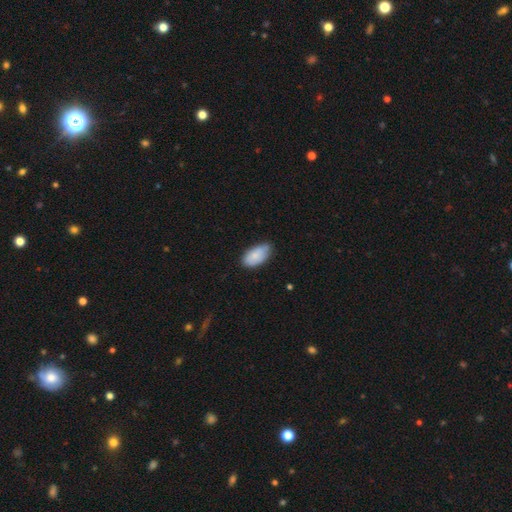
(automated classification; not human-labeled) smooth_or_featured: smooth (p=0.82) [alt: featured or disk p=0.12]
how_rounded: in between (p=0.94) [alt: round p=0.03]
merging: none (p=0.68) [alt: minor disturbance p=0.27]